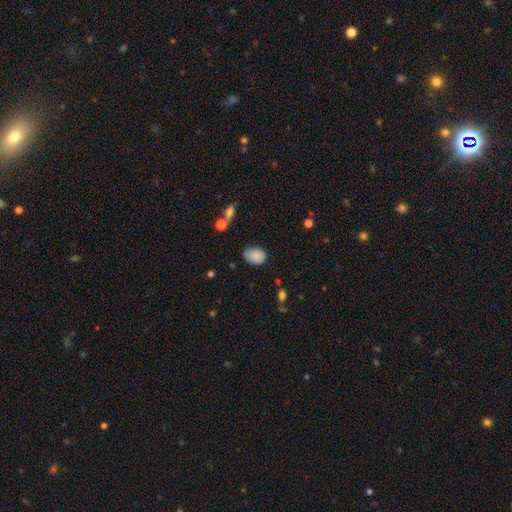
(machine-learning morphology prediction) This appears to be a smooth galaxy with no disk features (85%) that is in between round and cigar-shaped (76%). Merging: none (65%).